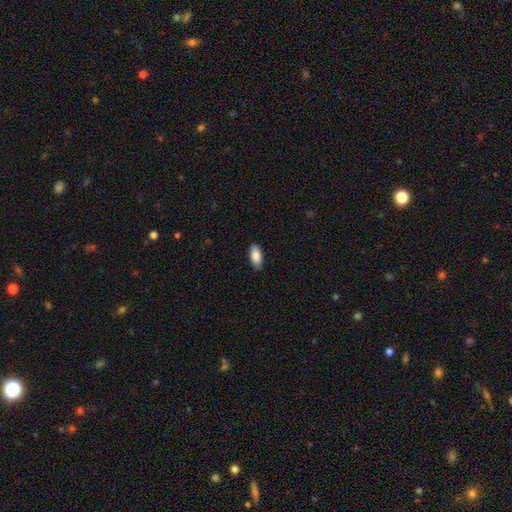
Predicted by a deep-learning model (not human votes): The model was most divided on "smooth or featured": smooth: 86%, featured or disk: 7%, star or artifact: 6%. More confident: how rounded — in between (89%); merging — none (88%).